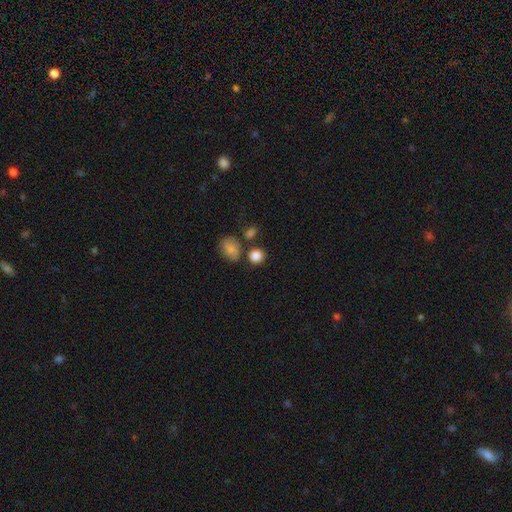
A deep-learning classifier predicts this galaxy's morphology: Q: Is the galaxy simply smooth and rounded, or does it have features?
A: smooth — 85%.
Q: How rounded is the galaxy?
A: round — 79%.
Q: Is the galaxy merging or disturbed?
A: none — 69%.